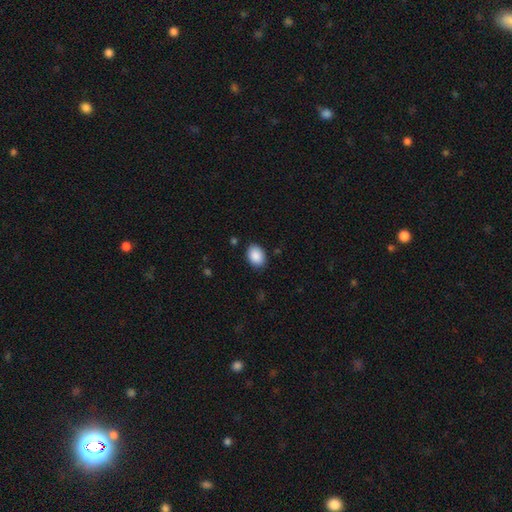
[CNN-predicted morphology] Overall: smooth (90%). How rounded: in between (80%). Merging: none (87%).